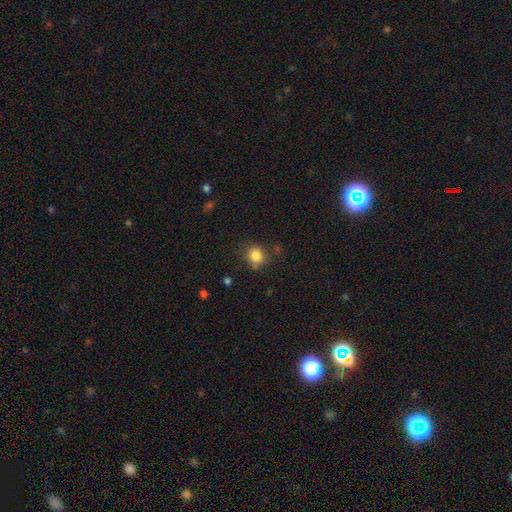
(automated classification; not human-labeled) smooth 84%, star or artifact 11%, featured or disk 5%. Down the decision tree: how rounded — round (78%); merging — none (77%).